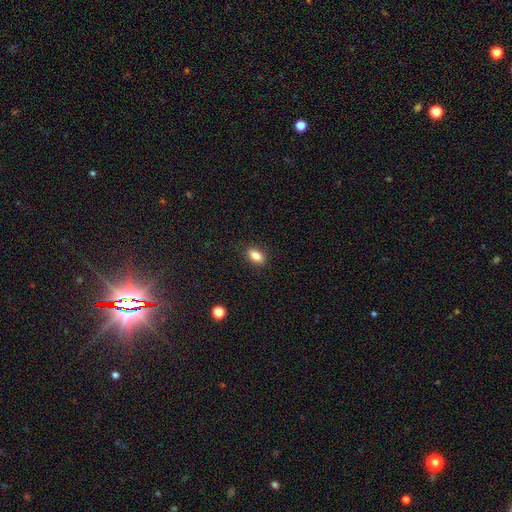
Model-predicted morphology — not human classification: smooth-or-featured: smooth: 85% | star or artifact: 9% | featured or disk: 6%
  how-rounded: in between: 86% | round: 8% | cigar-shaped: 6%
  merging: none: 87% | minor disturbance: 9% | major disturbance: 2% | merger: 1%